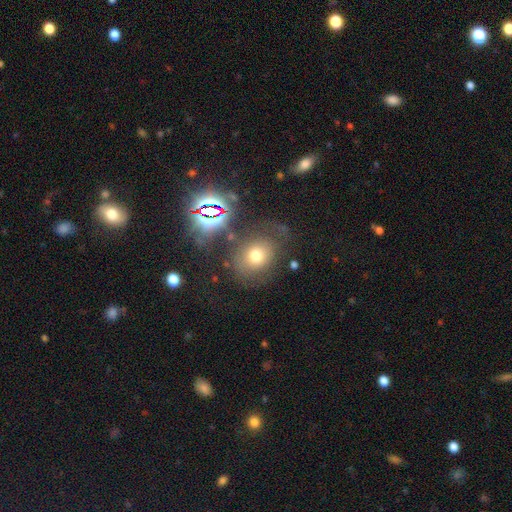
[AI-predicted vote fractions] smooth-or-featured: smooth: 64% | star or artifact: 19% | featured or disk: 17%
  how-rounded: round: 56% | in between: 43% | cigar-shaped: 1%
  merging: none: 61% | minor disturbance: 18% | major disturbance: 14% | merger: 6%